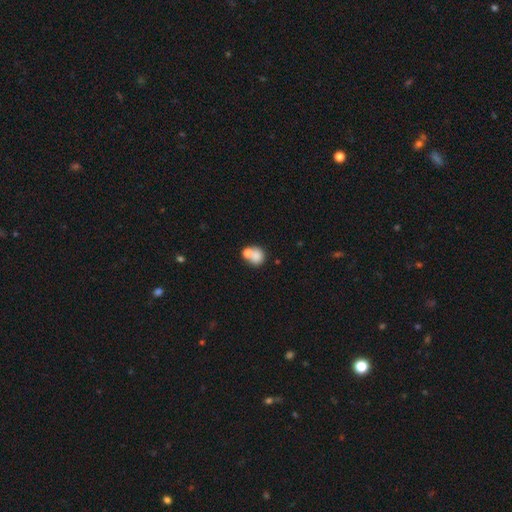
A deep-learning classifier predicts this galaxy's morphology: Smooth or featured: smooth — 78% (featured or disk — 12%)
How rounded: round — 81% (in between — 18%)
Merging: none — 43% (merger — 42%)